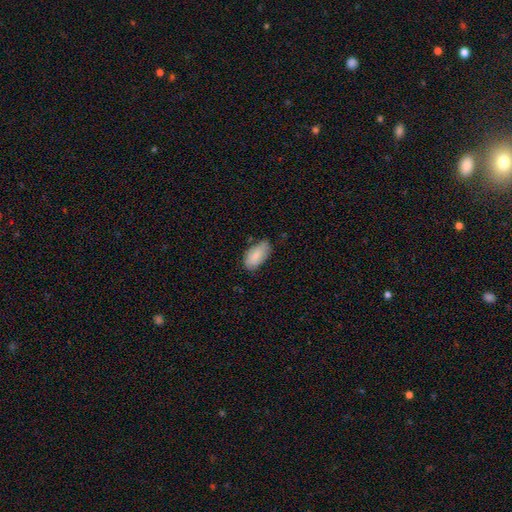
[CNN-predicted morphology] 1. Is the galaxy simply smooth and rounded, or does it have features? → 85% smooth, 9% featured or disk, 6% star or artifact.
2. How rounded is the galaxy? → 94% in between, 4% cigar-shaped, 2% round.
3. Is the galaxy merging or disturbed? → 64% none, 29% minor disturbance, 5% major disturbance, 2% merger.